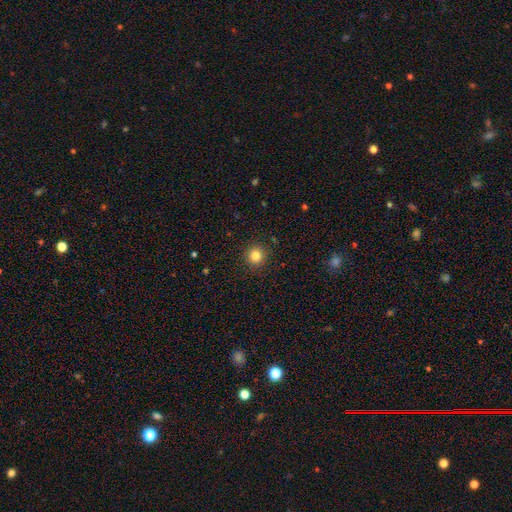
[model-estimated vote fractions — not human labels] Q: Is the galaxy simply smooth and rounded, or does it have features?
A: smooth — 82%.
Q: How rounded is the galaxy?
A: round — 94%.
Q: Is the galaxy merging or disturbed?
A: none — 92%.